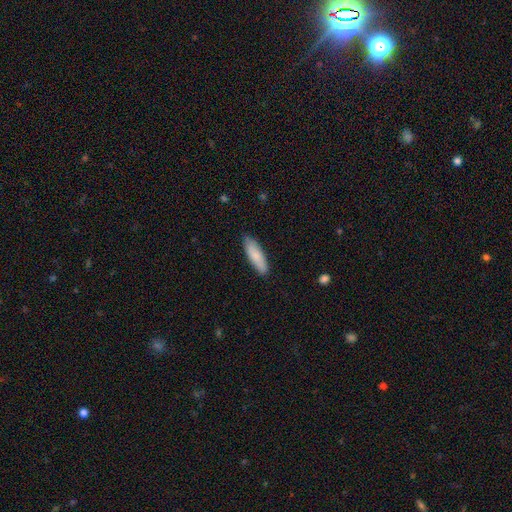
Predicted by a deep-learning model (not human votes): Smooth or featured? smooth (83%)
How rounded? cigar-shaped (53%)
Merging? none (84%)